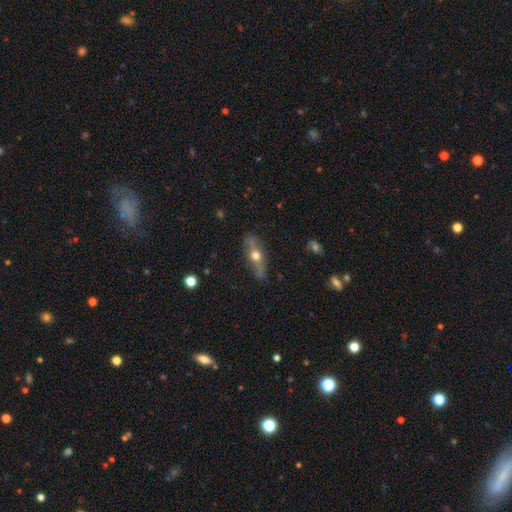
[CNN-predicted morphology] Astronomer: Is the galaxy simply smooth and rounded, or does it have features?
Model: featured or disk — 58% (runner-up: smooth, 35%).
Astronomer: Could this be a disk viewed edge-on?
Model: yes — 79%.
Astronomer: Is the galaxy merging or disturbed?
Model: none — 81%.